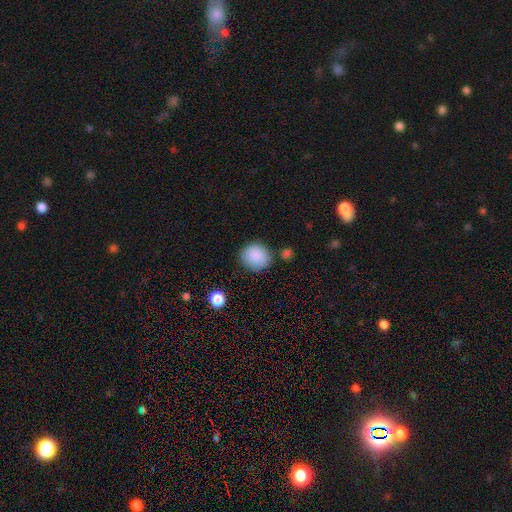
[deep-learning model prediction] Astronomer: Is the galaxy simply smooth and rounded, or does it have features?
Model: smooth — 88%.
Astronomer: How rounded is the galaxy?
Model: round — 76%.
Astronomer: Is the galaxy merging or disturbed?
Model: none — 80%.